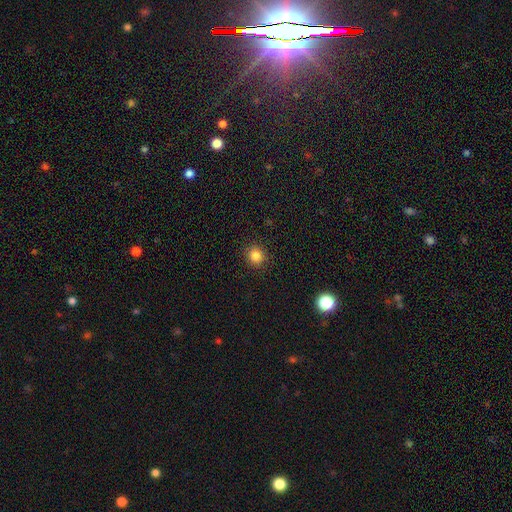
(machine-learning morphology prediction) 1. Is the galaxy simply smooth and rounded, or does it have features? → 84% smooth, 11% star or artifact, 5% featured or disk.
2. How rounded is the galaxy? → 82% round, 17% in between, 1% cigar-shaped.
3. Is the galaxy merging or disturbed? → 90% none, 7% minor disturbance, 2% major disturbance, 1% merger.